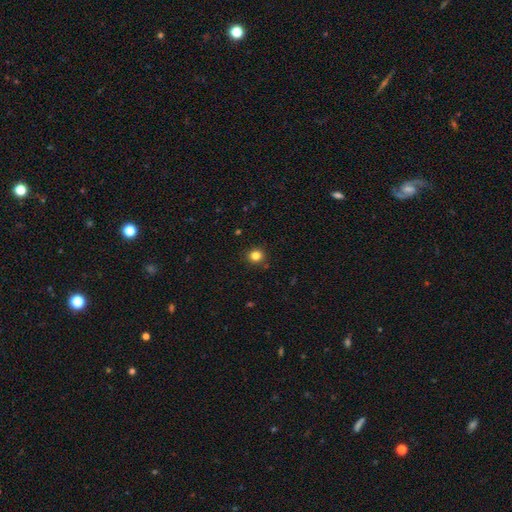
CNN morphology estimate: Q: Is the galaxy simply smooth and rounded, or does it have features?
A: smooth — 82%.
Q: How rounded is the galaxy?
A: round — 88%.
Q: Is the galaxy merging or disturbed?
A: none — 90%.